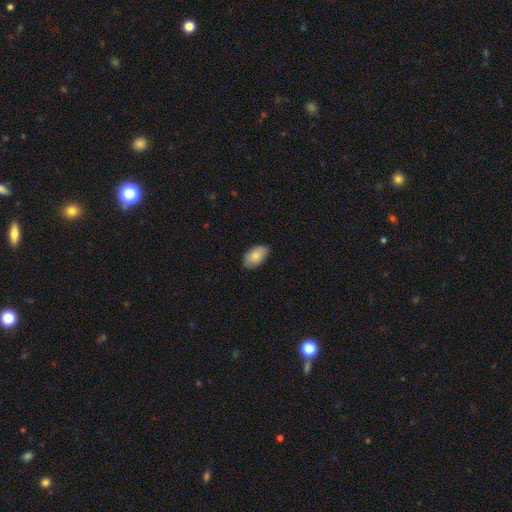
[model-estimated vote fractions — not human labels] Smooth or featured? Predicted: smooth (p=0.86). How rounded? Predicted: in between (p=0.95). Merging? Predicted: none (p=0.83).